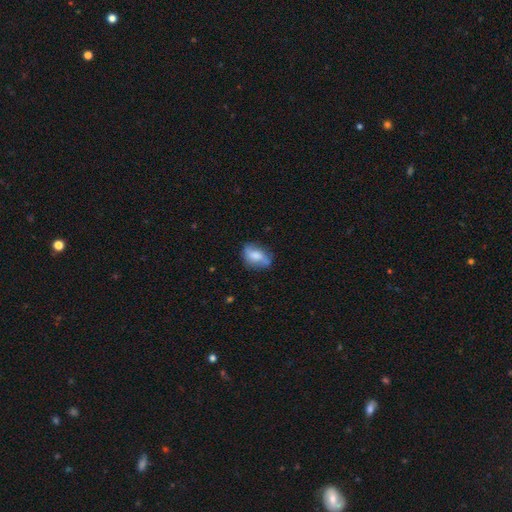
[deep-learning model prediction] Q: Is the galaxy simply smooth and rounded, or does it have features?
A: smooth — 58%.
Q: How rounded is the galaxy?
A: in between — 79%.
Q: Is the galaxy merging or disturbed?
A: none — 59%.